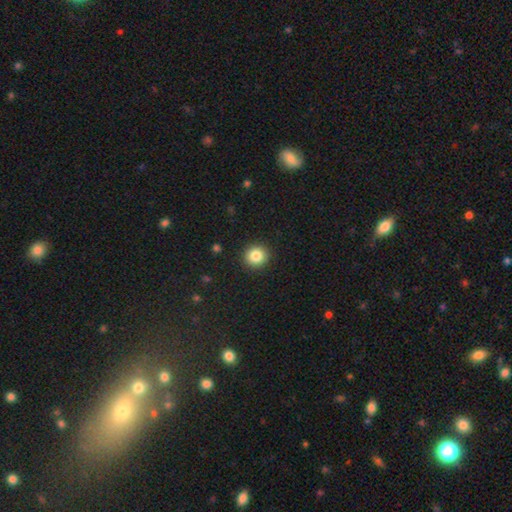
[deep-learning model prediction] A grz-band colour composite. It shows a smooth galaxy with no disk features (84%) that is round (93%). Merging: none (92%).